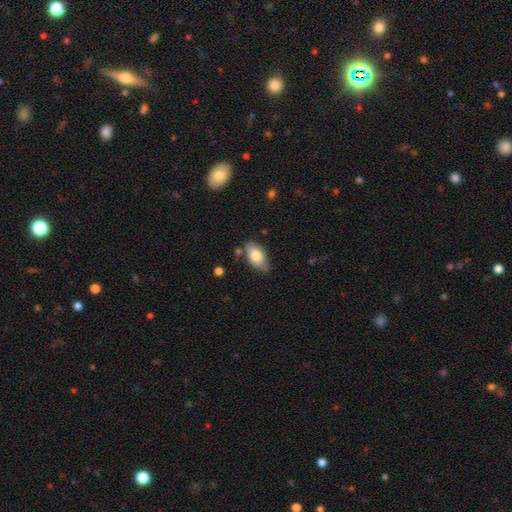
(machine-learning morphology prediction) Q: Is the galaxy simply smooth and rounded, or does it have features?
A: smooth — 78%.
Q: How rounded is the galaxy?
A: in between — 92%.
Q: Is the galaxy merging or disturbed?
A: none — 75%.